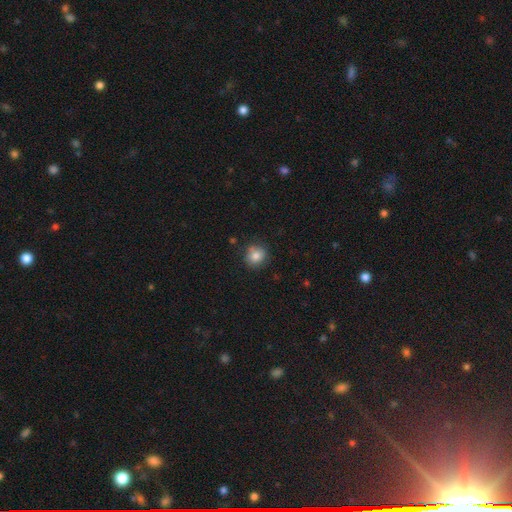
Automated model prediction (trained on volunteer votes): Smooth or featured: smooth — 83% (star or artifact — 10%)
How rounded: round — 85% (in between — 14%)
Merging: none — 80% (minor disturbance — 14%)